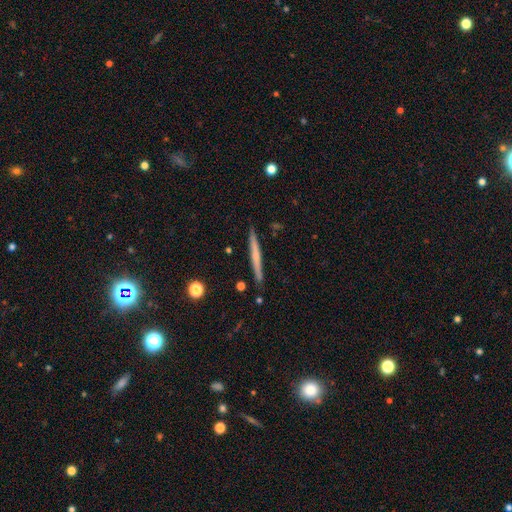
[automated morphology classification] featured or disk 48%, smooth 45%, star or artifact 6%. Down the decision tree: merging — none (90%).